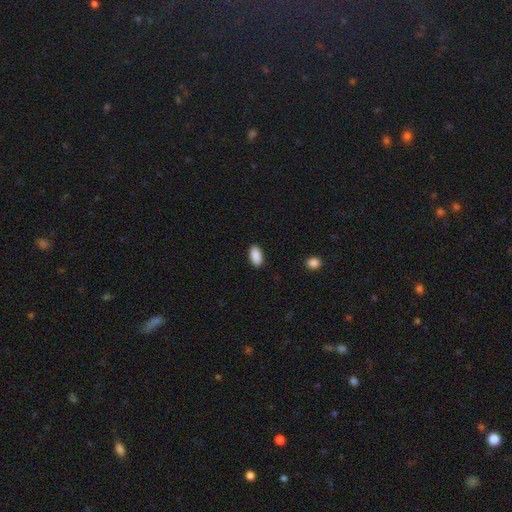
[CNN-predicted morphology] smooth 90%, star or artifact 7%, featured or disk 3%. Down the decision tree: how rounded — in between (93%); merging — none (89%).